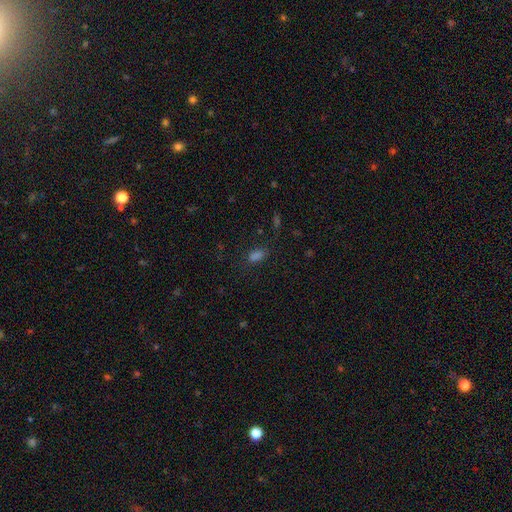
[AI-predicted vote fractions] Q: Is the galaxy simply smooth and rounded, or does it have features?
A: smooth — 75%.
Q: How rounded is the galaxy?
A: in between — 85%.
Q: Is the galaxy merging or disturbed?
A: none — 77%.